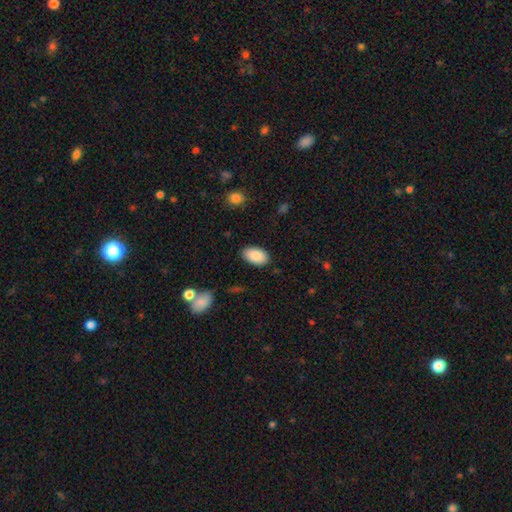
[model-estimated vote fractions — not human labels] Smooth or featured? smooth (88%)
How rounded? in between (95%)
Merging? none (86%)